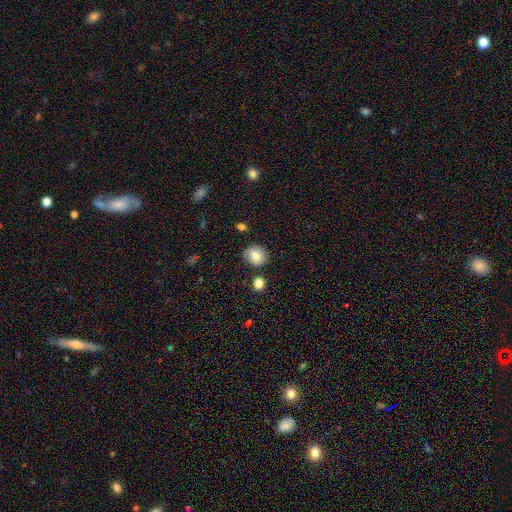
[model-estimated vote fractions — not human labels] A smooth galaxy with no disk features (78%) that is round (76%). Merging: none (72%).